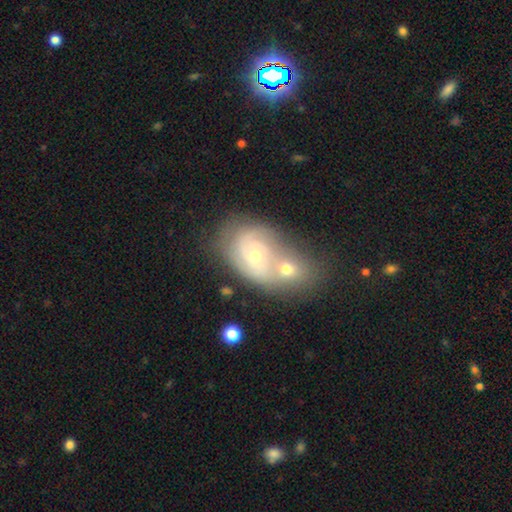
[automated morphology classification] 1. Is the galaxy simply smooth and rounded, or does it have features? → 60% featured or disk, 29% smooth, 11% star or artifact.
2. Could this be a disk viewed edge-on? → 95% no, 5% yes.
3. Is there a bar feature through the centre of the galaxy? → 74% no, 21% weak, 5% strong.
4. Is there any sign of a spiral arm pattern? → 71% yes, 29% no.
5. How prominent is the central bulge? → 57% small, 39% moderate, 2% large, 1% none, 1% dominant.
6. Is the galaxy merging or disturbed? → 56% merger, 28% none, 11% minor disturbance, 5% major disturbance.